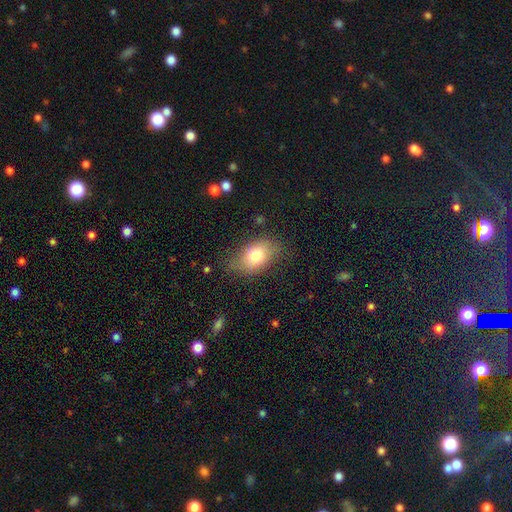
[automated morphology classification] This appears to be a smooth galaxy with no disk features (75%) that is in between round and cigar-shaped (86%). Merging: none (70%).